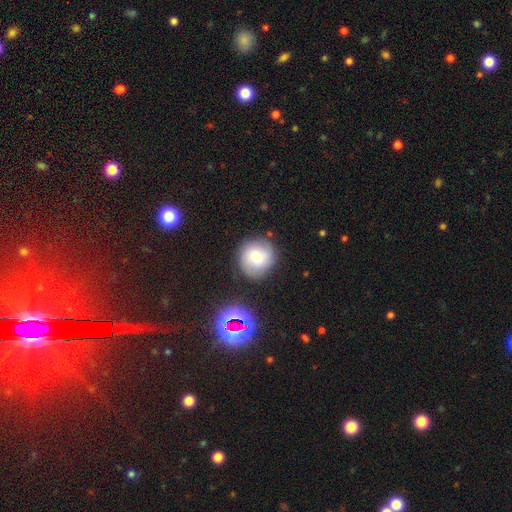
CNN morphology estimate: Smooth or featured?
  - smooth: 57% *
  - featured or disk: 32%
  - star or artifact: 11%
How rounded?
  - round: 88% *
  - in between: 11%
  - cigar-shaped: 1%
Merging?
  - none: 78% *
  - minor disturbance: 14%
  - major disturbance: 4%
  - merger: 4%